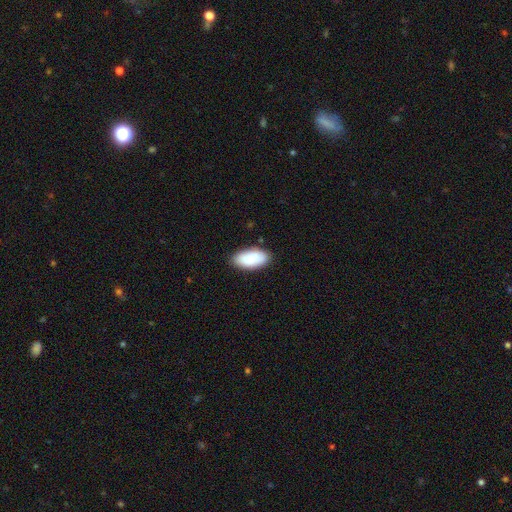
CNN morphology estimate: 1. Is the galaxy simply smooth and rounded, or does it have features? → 87% smooth, 7% featured or disk, 6% star or artifact.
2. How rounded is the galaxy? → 93% in between, 4% cigar-shaped, 2% round.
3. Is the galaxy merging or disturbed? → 83% none, 13% minor disturbance, 3% major disturbance, 2% merger.